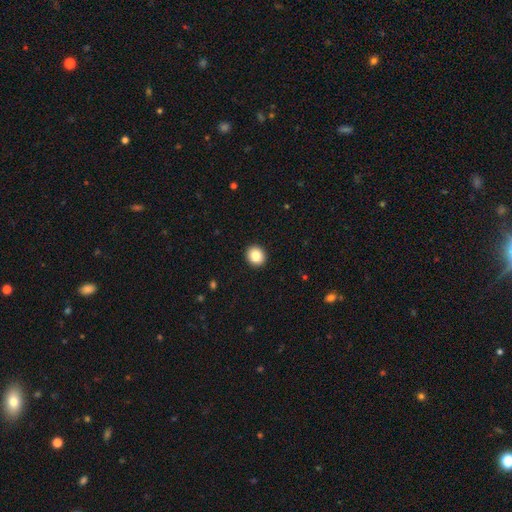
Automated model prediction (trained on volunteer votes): Smooth or featured? smooth (84%)
How rounded? round (83%)
Merging? none (93%)